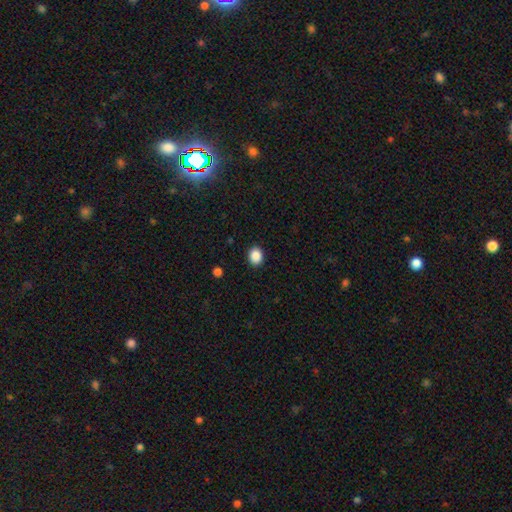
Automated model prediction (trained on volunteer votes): The model was most divided on "how rounded": round: 52%, in between: 47%, cigar-shaped: 1%. More confident: merging — none (91%); smooth or featured — smooth (88%).